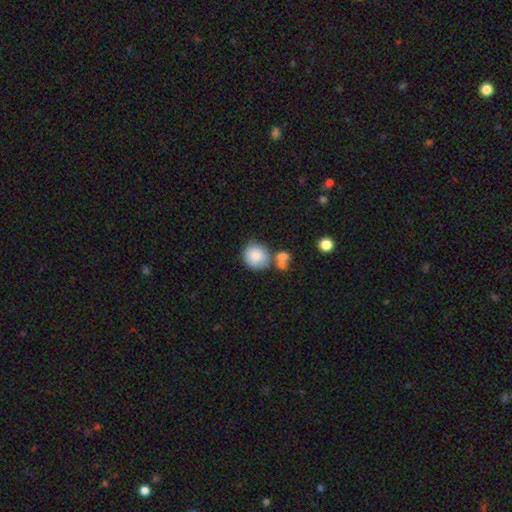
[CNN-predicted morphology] Smooth or featured? Predicted: smooth (p=0.83). How rounded? Predicted: round (p=0.83). Merging? Predicted: none (p=0.59).